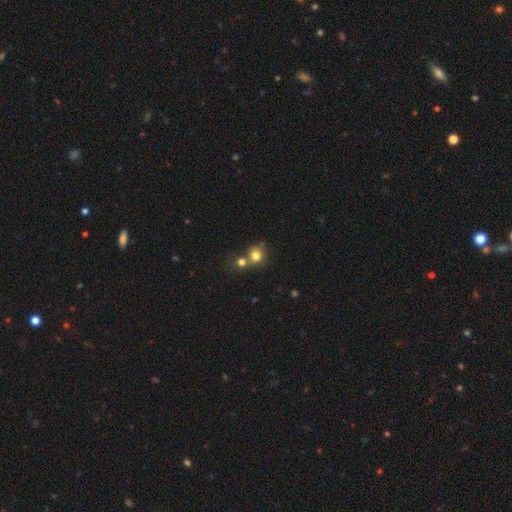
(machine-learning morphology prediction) Smooth or featured? smooth (77%)
How rounded? round (82%)
Merging? merger (45%)